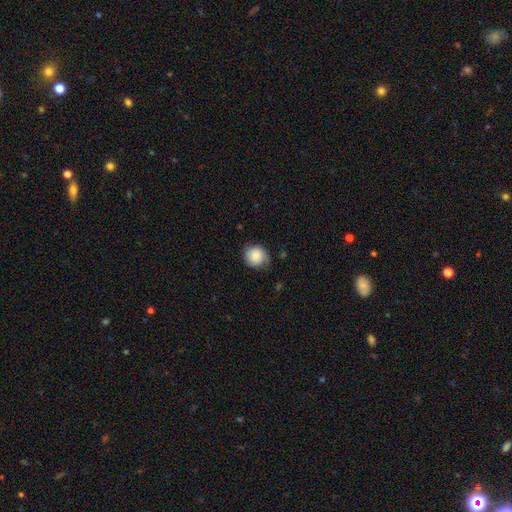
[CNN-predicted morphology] Smooth or featured: smooth — 83% (featured or disk — 9%)
How rounded: round — 85% (in between — 14%)
Merging: none — 67% (minor disturbance — 26%)